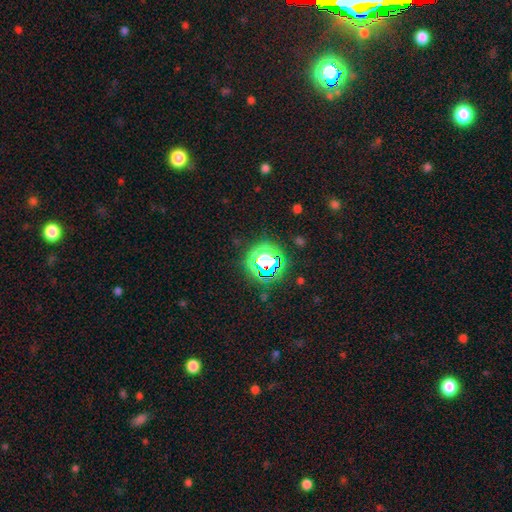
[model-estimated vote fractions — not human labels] Overall: star or artifact (73%).